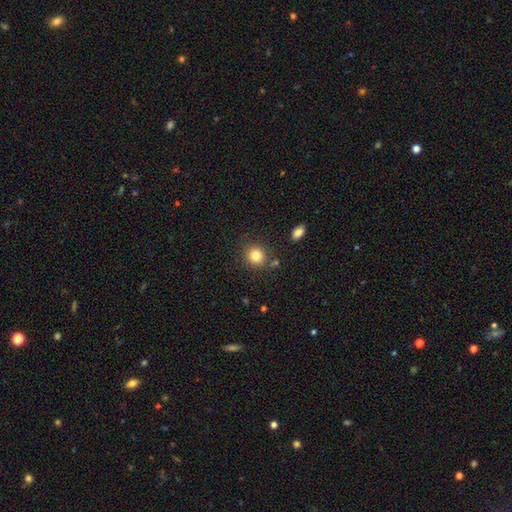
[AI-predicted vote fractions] A smooth galaxy with no disk features (82%) that is round (84%).

Vote fractions:
- Smooth or featured? smooth: 82% / star or artifact: 11% / featured or disk: 7%
- How rounded? round: 84% / in between: 15% / cigar-shaped: 1%
- Merging? none: 84% / minor disturbance: 9% / merger: 5% / major disturbance: 3%